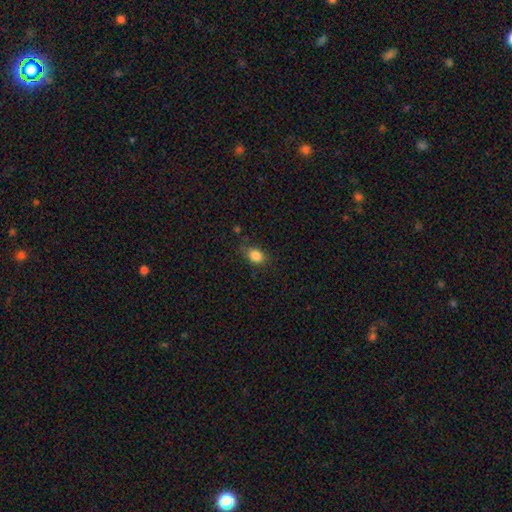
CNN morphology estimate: This is clearly a smooth galaxy (85%). How rounded: likely in between (66%). Merging: likely none (73%).